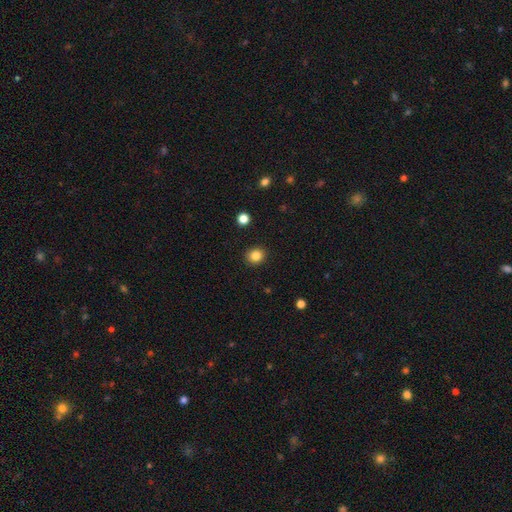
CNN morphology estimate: Smooth or featured: smooth — 84% (star or artifact — 11%)
How rounded: round — 79% (in between — 20%)
Merging: none — 91% (minor disturbance — 6%)